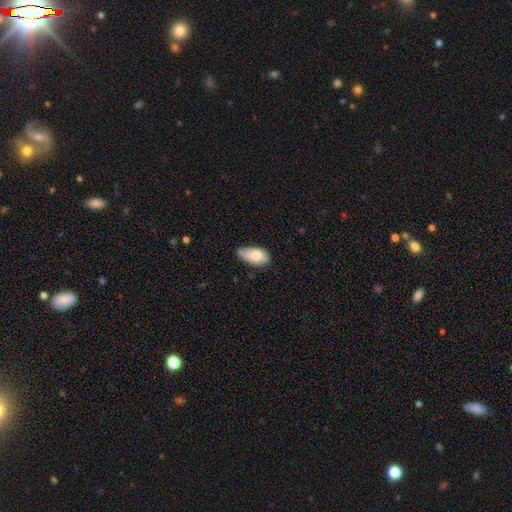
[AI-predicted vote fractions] A smooth galaxy with no disk features (75%) that is in between round and cigar-shaped (93%).

Vote fractions:
- Smooth or featured? smooth: 75% / featured or disk: 18% / star or artifact: 7%
- How rounded? in between: 93% / cigar-shaped: 4% / round: 3%
- Merging? none: 52% / minor disturbance: 38% / major disturbance: 7% / merger: 3%